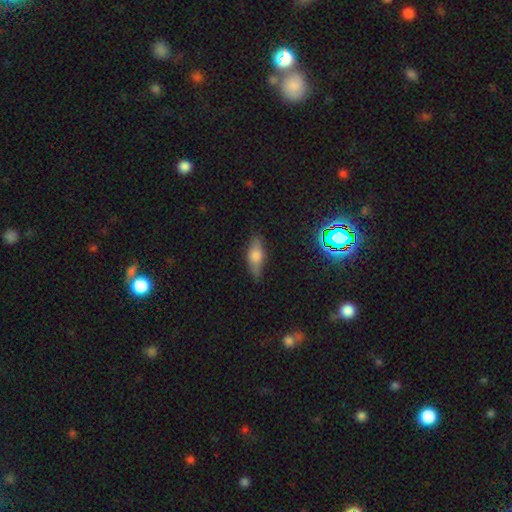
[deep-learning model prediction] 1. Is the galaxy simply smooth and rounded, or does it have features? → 63% smooth, 27% featured or disk, 10% star or artifact.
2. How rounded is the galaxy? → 71% in between, 25% cigar-shaped, 4% round.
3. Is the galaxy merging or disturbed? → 78% none, 17% minor disturbance, 3% major disturbance, 1% merger.